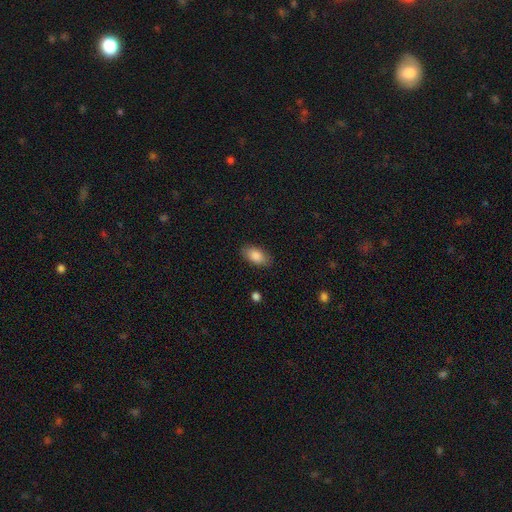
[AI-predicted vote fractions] Overall: smooth (86%). How rounded: in between (92%). Merging: none (86%).